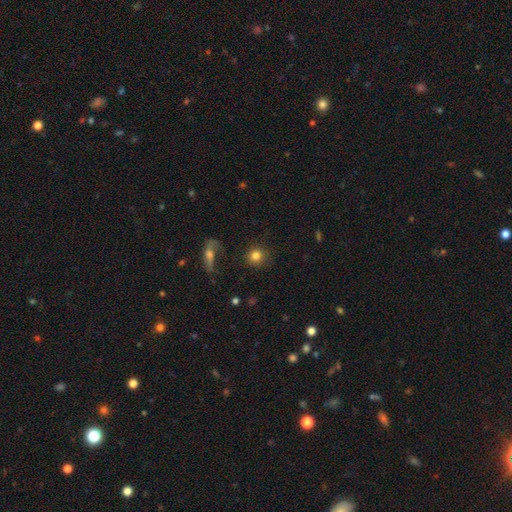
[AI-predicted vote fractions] Q: Smooth or featured?
A: smooth (82%); runner-up: star or artifact (10%)
Q: How rounded?
A: round (91%); runner-up: in between (7%)
Q: Merging?
A: none (86%); runner-up: minor disturbance (8%)